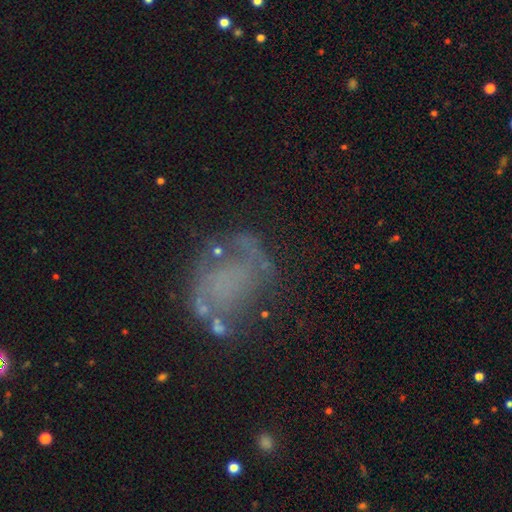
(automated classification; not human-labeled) A featured or disk galaxy (59%) with no bar (80%), spiral arms (57%) and no central bulge (65%).

Vote fractions:
- Smooth or featured? featured or disk: 59% / smooth: 25% / star or artifact: 16%
- Edge-on disk? no: 98% / yes: 2%
- Bar? no: 80% / weak: 16% / strong: 4%
- Spiral arms? yes: 57% / no: 43%
- Bulge size? none: 65% / small: 23% / moderate: 8% / large: 2% / dominant: 1%
- Merging? none: 51% / major disturbance: 22% / minor disturbance: 21% / merger: 5%